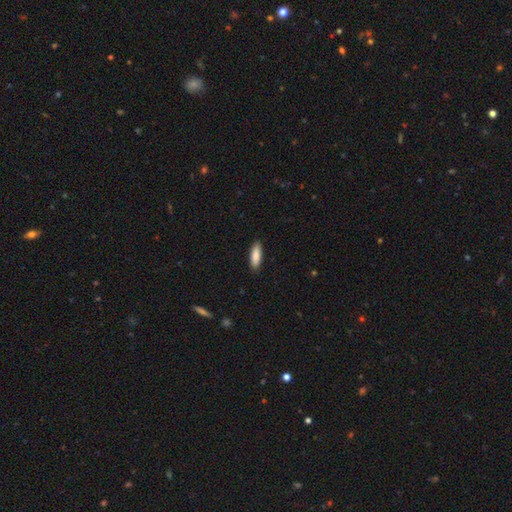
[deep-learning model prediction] Smooth or featured? Predicted: smooth (p=0.87). How rounded? Predicted: in between (p=0.56). Merging? Predicted: none (p=0.88).